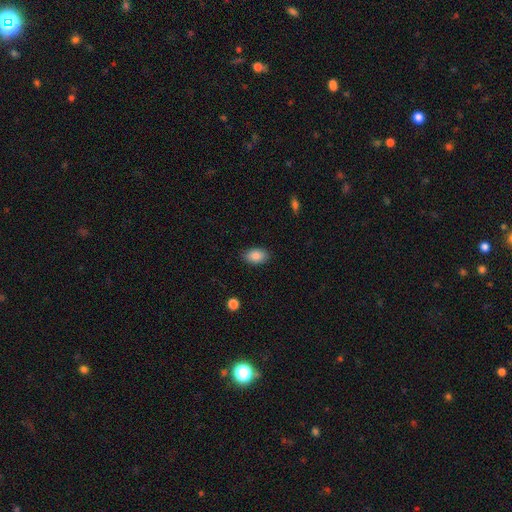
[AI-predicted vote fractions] smooth_or_featured: smooth (p=0.87) [alt: star or artifact p=0.07]
how_rounded: in between (p=0.89) [alt: round p=0.09]
merging: none (p=0.86) [alt: minor disturbance p=0.11]